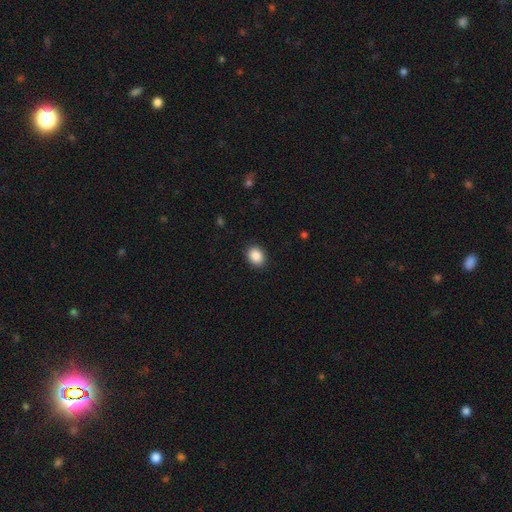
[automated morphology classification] This is clearly a smooth galaxy (89%). How rounded: possibly in between (51%). Merging: clearly none (90%).